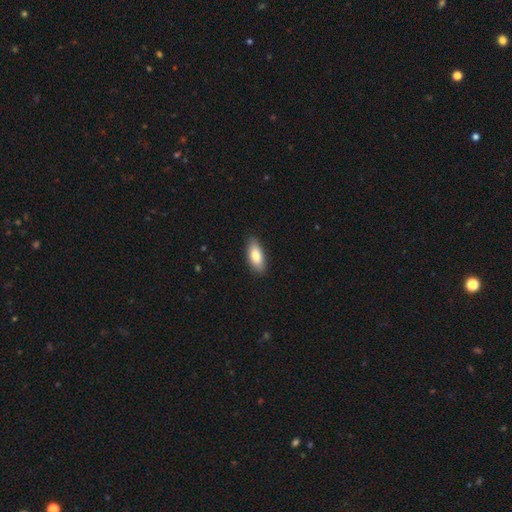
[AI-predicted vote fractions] Overall: smooth (82%). How rounded: in between (82%). Merging: none (87%).